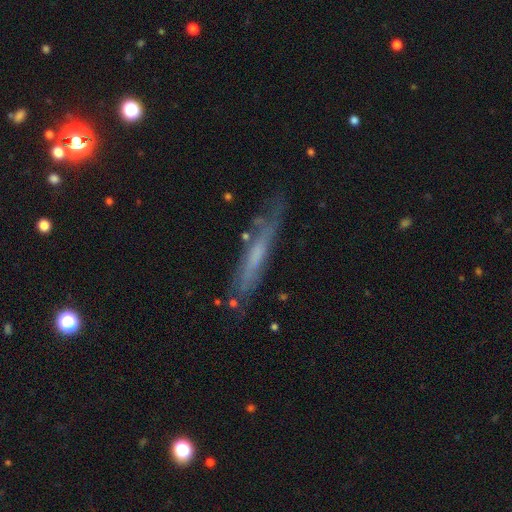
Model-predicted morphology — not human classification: Overall: featured or disk (53%; smooth 39%). Edge-on disk: yes (73%). Merging: none (66%).